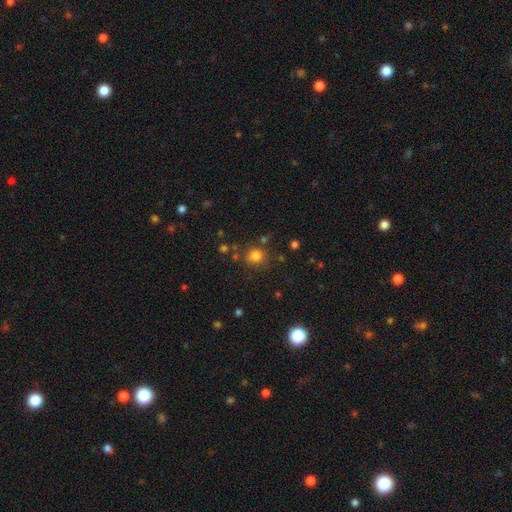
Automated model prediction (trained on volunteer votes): The model was most divided on "smooth or featured": smooth: 79%, star or artifact: 15%, featured or disk: 6%. More confident: how rounded — round (88%); merging — none (76%).